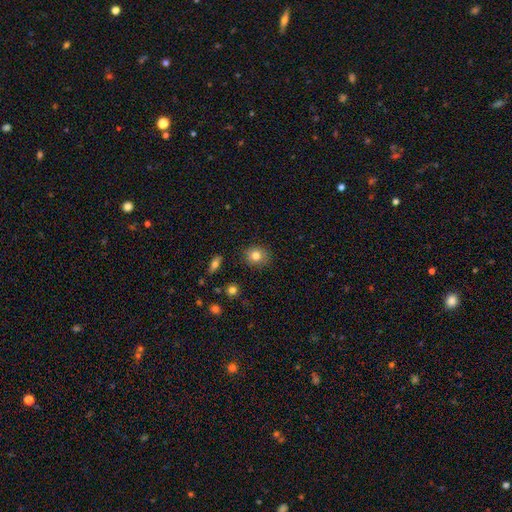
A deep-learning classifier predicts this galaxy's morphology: Smooth or featured? smooth (81%)
How rounded? round (76%)
Merging? none (85%)